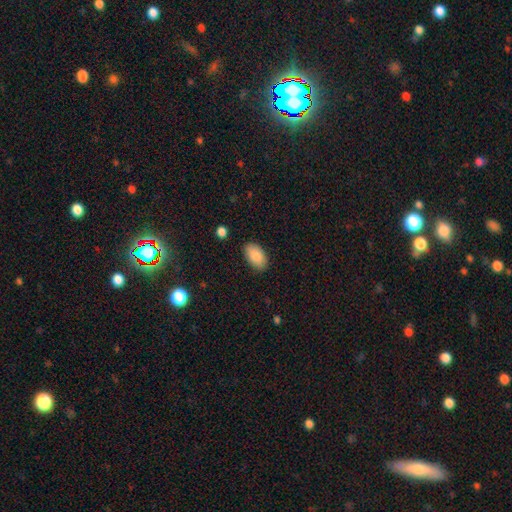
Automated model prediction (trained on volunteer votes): Smooth or featured? Predicted: smooth (p=0.86). How rounded? Predicted: in between (p=0.94). Merging? Predicted: none (p=0.86).